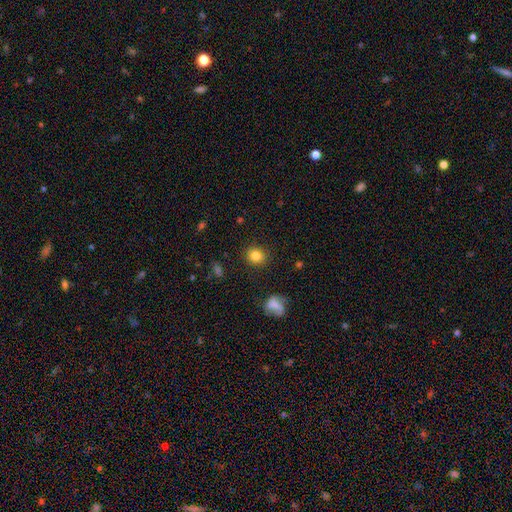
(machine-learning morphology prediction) The model was most divided on "how rounded": round: 78%, in between: 22%, cigar-shaped: 1%. More confident: merging — none (89%); smooth or featured — smooth (83%).